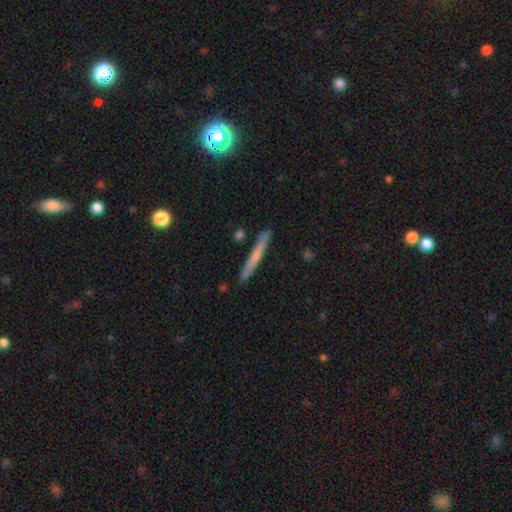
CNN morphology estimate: This appears to be a smooth galaxy with no disk features (54%) that is cigar-shaped (96%). Merging: none (89%).